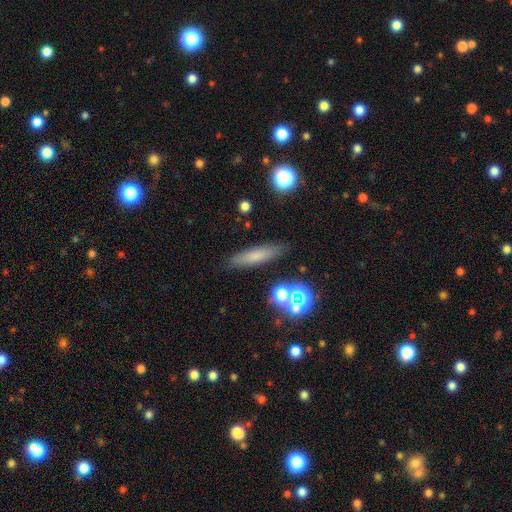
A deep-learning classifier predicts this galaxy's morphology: This is likely a smooth galaxy (69%). How rounded: likely cigar-shaped (79%). Merging: clearly none (84%).